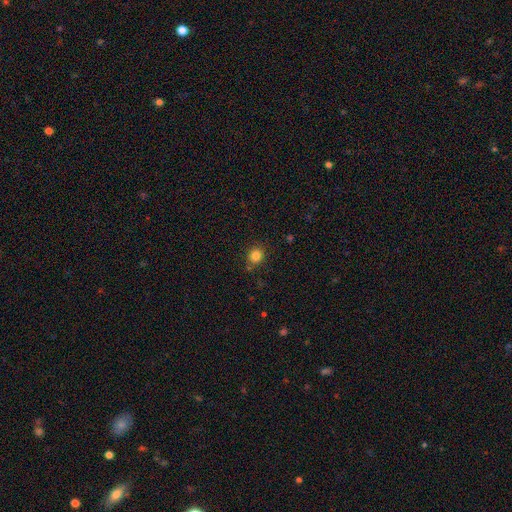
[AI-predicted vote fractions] Smooth or featured: smooth — 83% (star or artifact — 12%)
How rounded: round — 84% (in between — 15%)
Merging: none — 82% (minor disturbance — 11%)